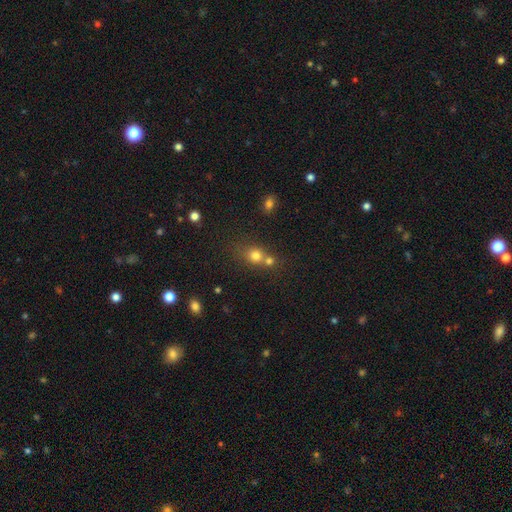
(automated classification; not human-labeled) The model was most divided on "merging": merger: 48%, none: 40%, minor disturbance: 8%, major disturbance: 4%. More confident: how rounded — round (77%); smooth or featured — smooth (75%).